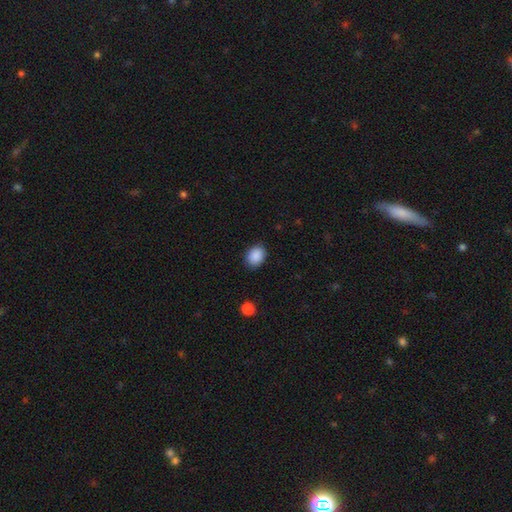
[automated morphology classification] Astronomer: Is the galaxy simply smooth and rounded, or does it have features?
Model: smooth — 89%.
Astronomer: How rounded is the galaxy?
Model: in between — 58% (runner-up: round, 42%).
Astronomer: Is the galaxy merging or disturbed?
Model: none — 87%.